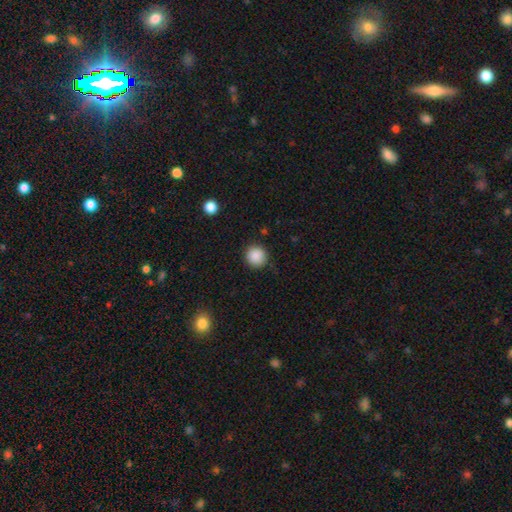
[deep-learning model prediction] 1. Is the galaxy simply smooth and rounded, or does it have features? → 88% smooth, 9% star or artifact, 3% featured or disk.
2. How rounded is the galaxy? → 92% round, 7% in between, 1% cigar-shaped.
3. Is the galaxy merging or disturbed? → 87% none, 9% minor disturbance, 3% major disturbance, 1% merger.